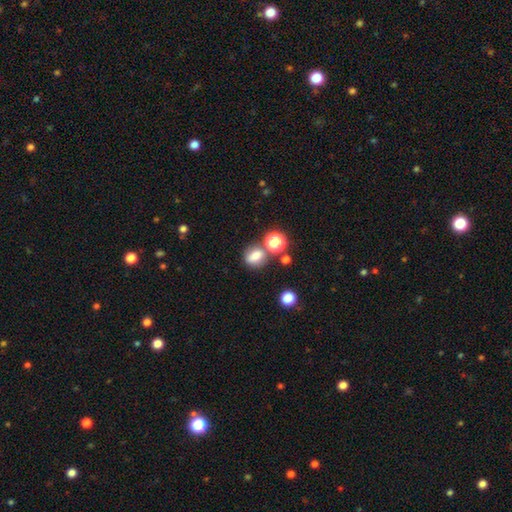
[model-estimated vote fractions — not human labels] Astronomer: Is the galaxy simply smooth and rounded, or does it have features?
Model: smooth — 73%.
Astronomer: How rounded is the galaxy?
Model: round — 54% (runner-up: in between, 44%).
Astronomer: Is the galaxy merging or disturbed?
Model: none — 63%.